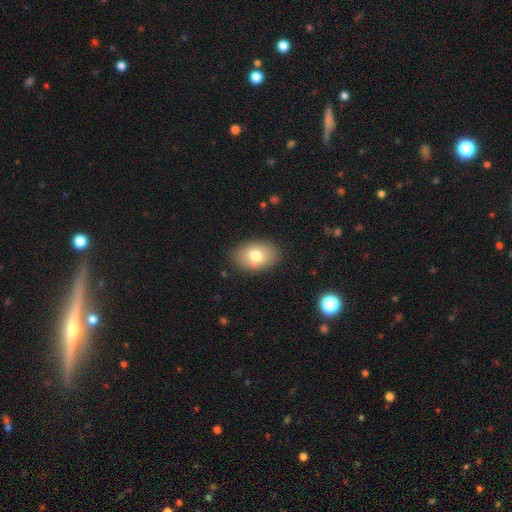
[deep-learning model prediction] This is likely a smooth galaxy (77%). How rounded: clearly in between (84%). Merging: clearly none (86%).